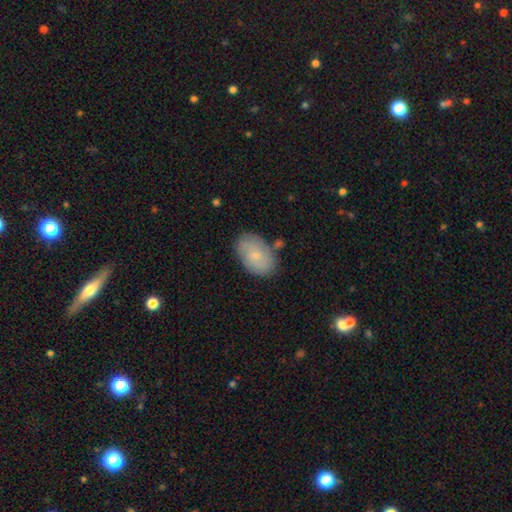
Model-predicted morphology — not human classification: The model was most divided on "smooth or featured": smooth: 66%, featured or disk: 27%, star or artifact: 7%. More confident: how rounded — in between (89%); merging — none (75%).